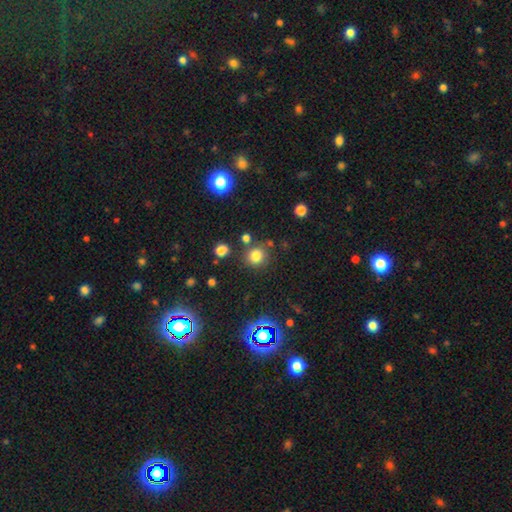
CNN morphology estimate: Overall: smooth (77%). How rounded: round (89%). Merging: none (78%).